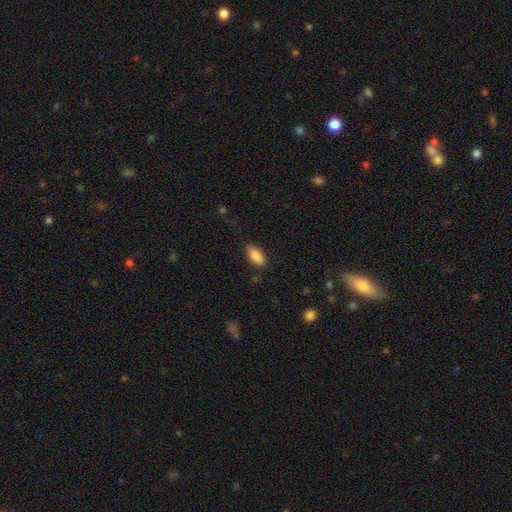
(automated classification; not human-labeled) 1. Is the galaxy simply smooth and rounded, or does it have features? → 87% smooth, 7% star or artifact, 6% featured or disk.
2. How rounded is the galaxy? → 92% in between, 5% cigar-shaped, 3% round.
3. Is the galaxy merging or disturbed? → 81% none, 14% minor disturbance, 3% major disturbance, 1% merger.